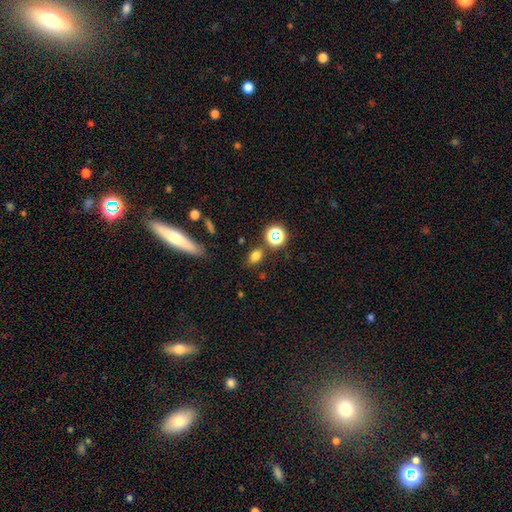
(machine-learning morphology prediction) Smooth or featured? Predicted: smooth (p=0.75). How rounded? Predicted: in between (p=0.71). Merging? Predicted: none (p=0.78).